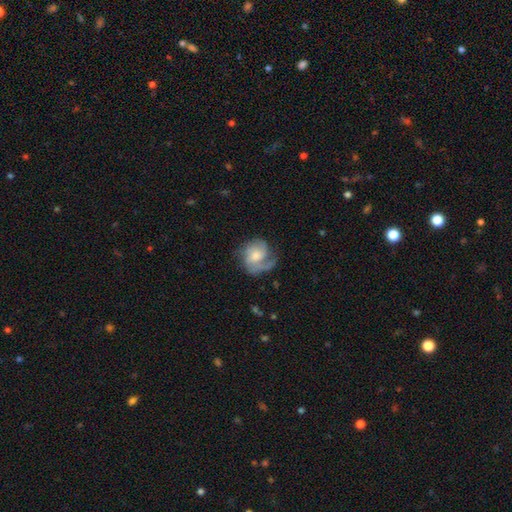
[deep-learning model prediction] This appears to be a featured or disk galaxy (74%) with no bar (63%), 2 (41%) medium (44%) spiral arms (93%) and a moderate central bulge (47%). Merging: none (56%).